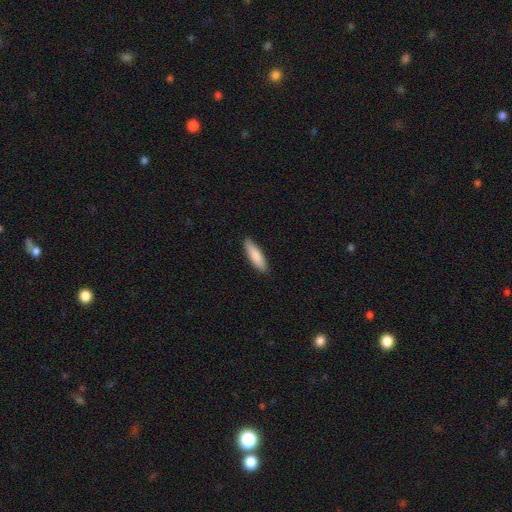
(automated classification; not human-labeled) smooth 85%, featured or disk 10%, star or artifact 5%. Down the decision tree: how rounded — cigar-shaped (57%); merging — none (88%).